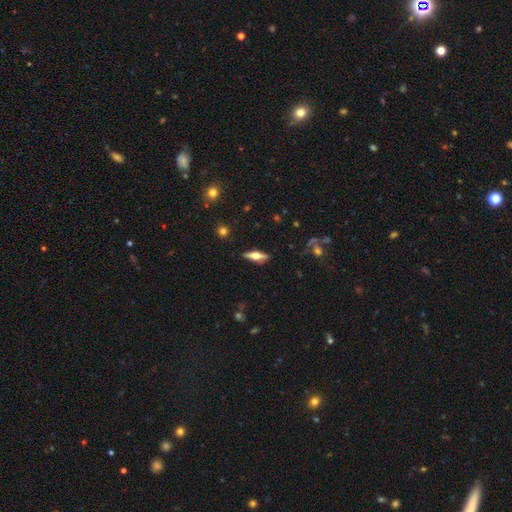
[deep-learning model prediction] A featured or disk galaxy (59%) viewed edge-on (94%) with a rounded central bulge (88%).

Vote fractions:
- Smooth or featured? featured or disk: 59% / smooth: 33% / star or artifact: 8%
- Edge-on disk? yes: 94% / no: 6%
- Edge-on bulge? rounded: 88% / boxy: 9% / none: 2%
- Merging? none: 84% / minor disturbance: 11% / major disturbance: 3% / merger: 2%